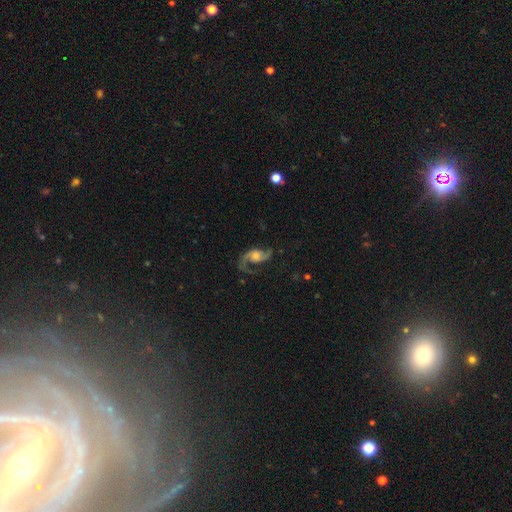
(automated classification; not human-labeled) This appears to be a featured or disk galaxy (88%) with no bar (62%), 2 (87%) loose (51%) spiral arms (97%) and a moderate central bulge (49%). Merging: none (66%).